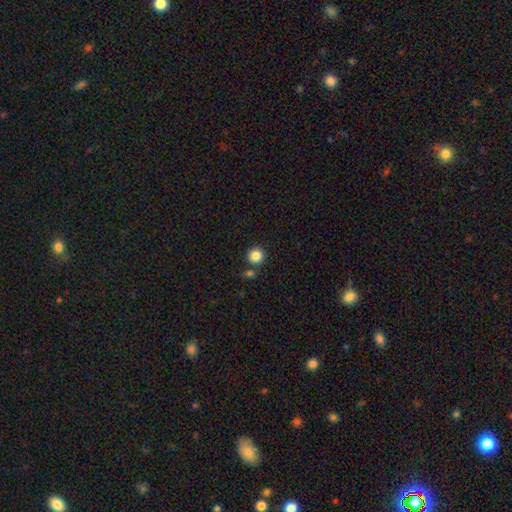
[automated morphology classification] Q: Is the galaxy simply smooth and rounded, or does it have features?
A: smooth — 86%.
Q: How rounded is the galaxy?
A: round — 93%.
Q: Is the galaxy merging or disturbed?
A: none — 80%.